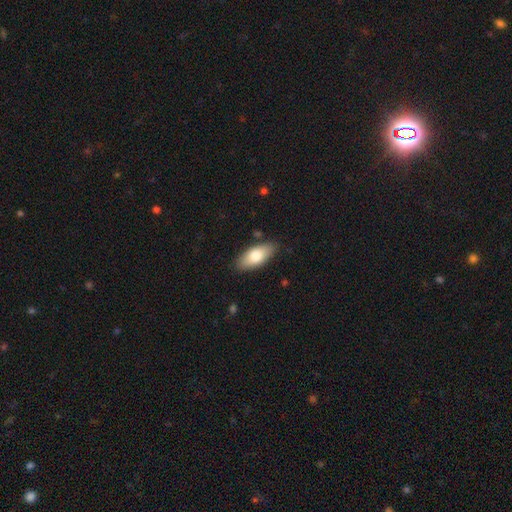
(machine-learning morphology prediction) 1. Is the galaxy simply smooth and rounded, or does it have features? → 76% smooth, 18% featured or disk, 6% star or artifact.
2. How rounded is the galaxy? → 85% in between, 13% cigar-shaped, 2% round.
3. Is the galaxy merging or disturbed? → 85% none, 11% minor disturbance, 2% major disturbance, 1% merger.